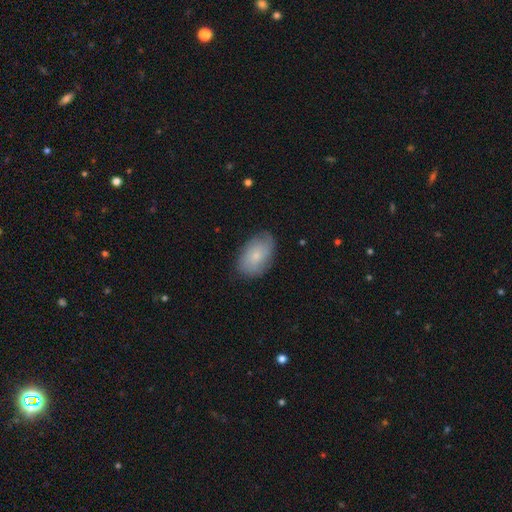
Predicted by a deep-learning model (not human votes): Smooth or featured? smooth (67%)
How rounded? in between (92%)
Merging? none (78%)